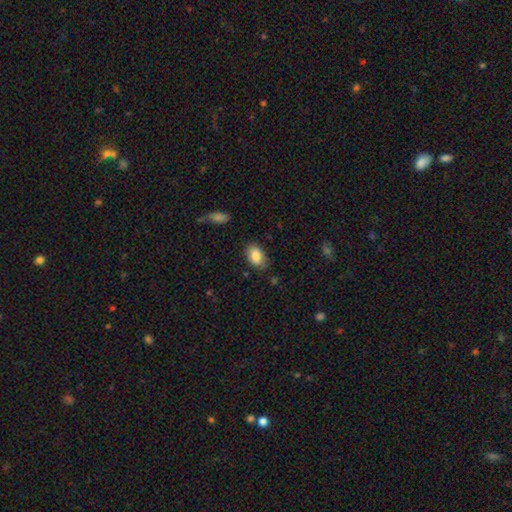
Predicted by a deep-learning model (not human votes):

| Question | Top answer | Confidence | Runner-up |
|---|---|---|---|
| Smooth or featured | smooth | 85% | featured or disk (8%) |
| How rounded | in between | 90% | round (8%) |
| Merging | none | 79% | minor disturbance (15%) |